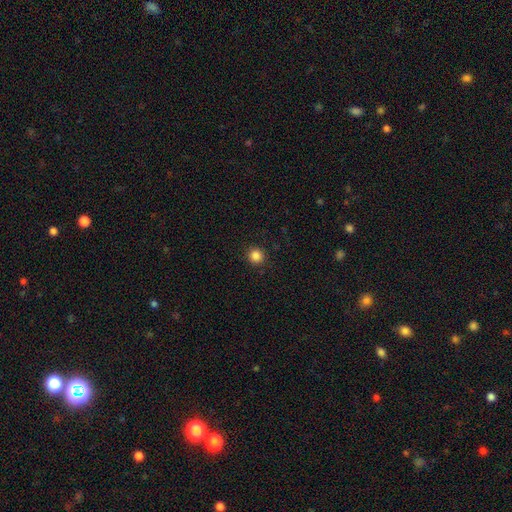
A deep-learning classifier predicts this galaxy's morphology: Smooth or featured? Predicted: smooth (p=0.85). How rounded? Predicted: round (p=0.93). Merging? Predicted: none (p=0.92).